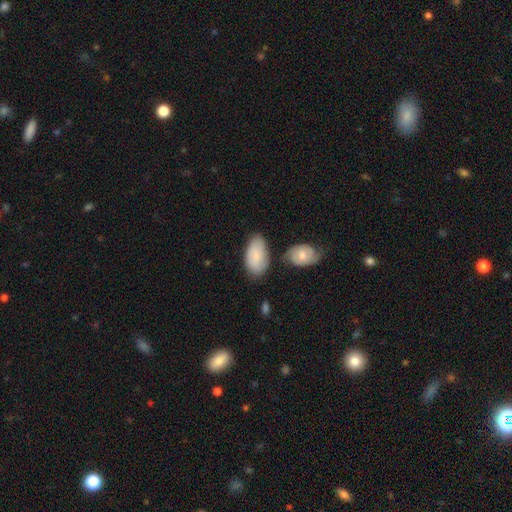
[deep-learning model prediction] smooth_or_featured: smooth (p=0.82) [alt: featured or disk p=0.12]
how_rounded: in between (p=0.95) [alt: round p=0.03]
merging: none (p=0.59) [alt: minor disturbance p=0.24]